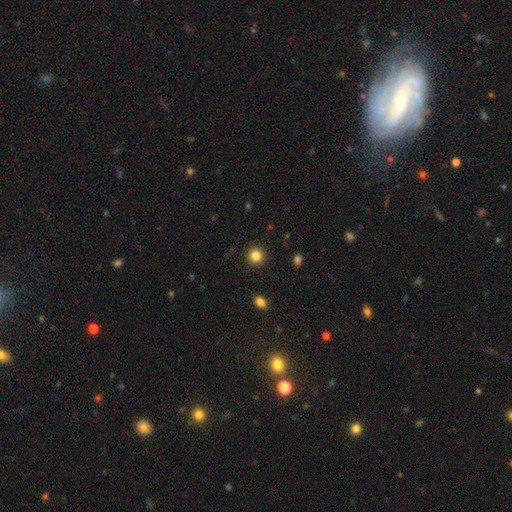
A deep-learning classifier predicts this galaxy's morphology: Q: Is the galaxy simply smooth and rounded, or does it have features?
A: smooth — 84%.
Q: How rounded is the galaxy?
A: round — 94%.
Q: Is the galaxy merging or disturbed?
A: none — 92%.